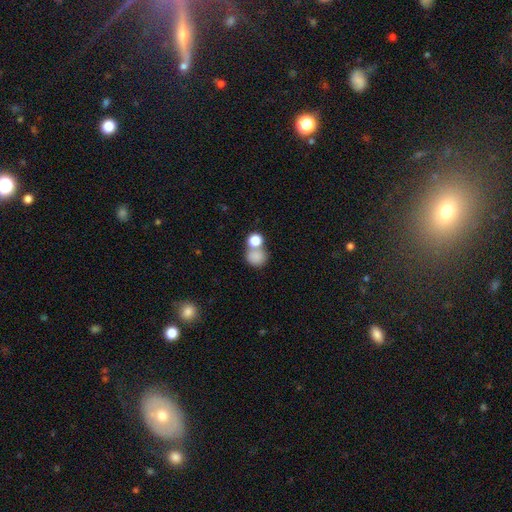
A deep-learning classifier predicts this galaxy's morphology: The model was most divided on "merging": none: 46%, merger: 39%, minor disturbance: 10%, major disturbance: 5%. More confident: smooth or featured — smooth (81%); how rounded — round (78%).